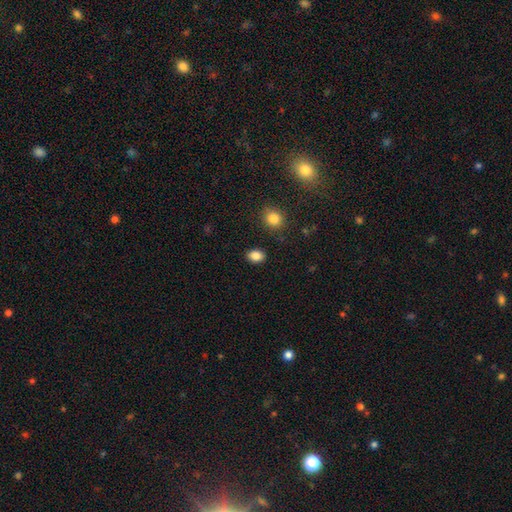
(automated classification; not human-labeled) smooth_or_featured: smooth (p=0.86) [alt: star or artifact p=0.09]
how_rounded: in between (p=0.71) [alt: round p=0.28]
merging: none (p=0.88) [alt: minor disturbance p=0.08]